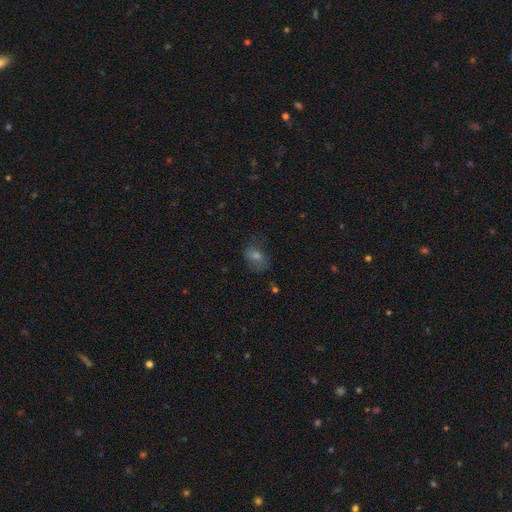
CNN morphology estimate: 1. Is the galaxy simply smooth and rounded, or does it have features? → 50% smooth, 27% featured or disk, 23% star or artifact.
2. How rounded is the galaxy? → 67% in between, 30% round, 2% cigar-shaped.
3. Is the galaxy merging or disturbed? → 66% none, 21% minor disturbance, 11% major disturbance, 2% merger.